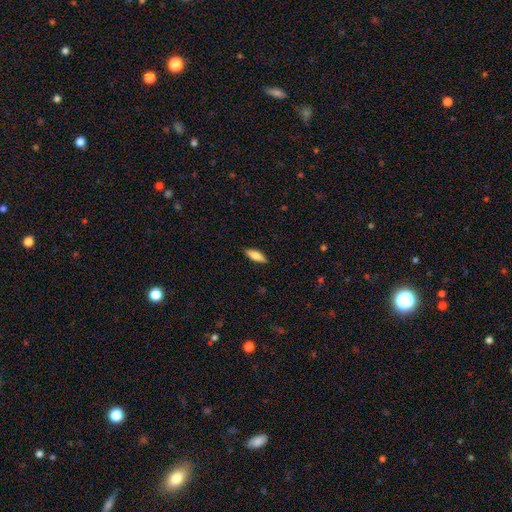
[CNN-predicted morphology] smooth 80%, featured or disk 14%, star or artifact 6%. Down the decision tree: how rounded — in between (65%); merging — none (89%).